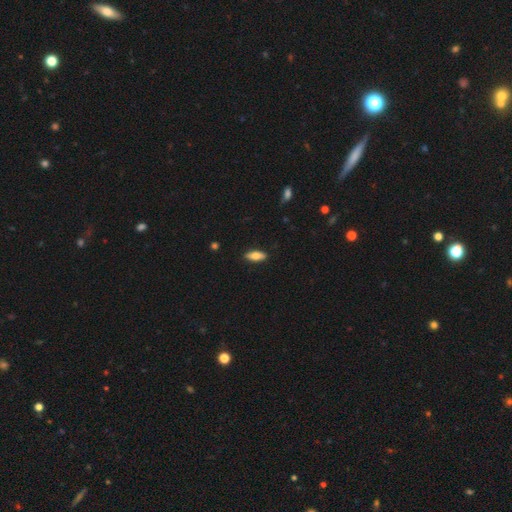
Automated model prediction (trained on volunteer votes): Smooth or featured: smooth — 75% (featured or disk — 18%)
How rounded: in between — 74% (cigar-shaped — 24%)
Merging: none — 88% (minor disturbance — 9%)